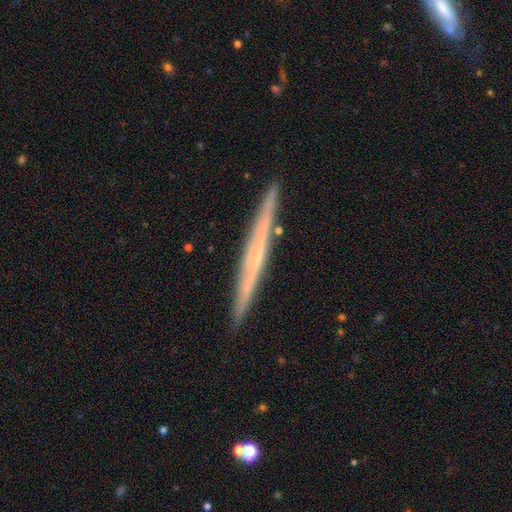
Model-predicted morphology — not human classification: Smooth or featured? featured or disk (61%)
Edge-on disk? yes (97%)
Edge-on bulge? none (79%)
Merging? none (91%)